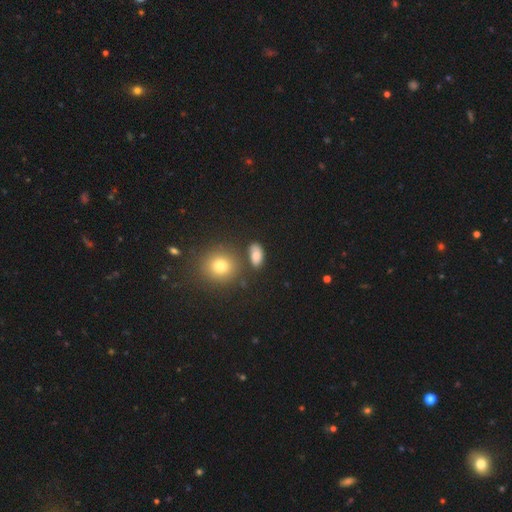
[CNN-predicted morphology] This appears to be a smooth galaxy with no disk features (78%) that is in between round and cigar-shaped (82%). Merging: none (72%).